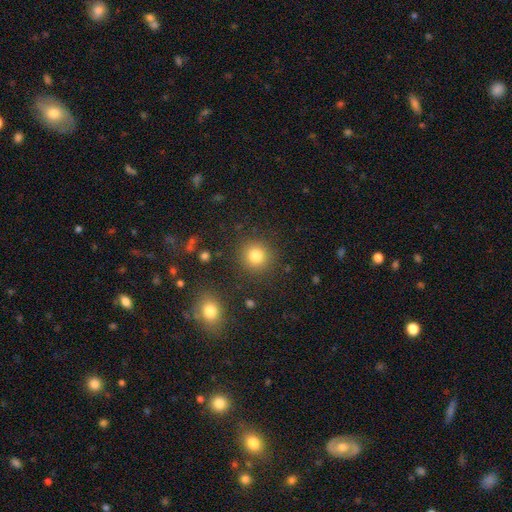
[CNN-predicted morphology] smooth_or_featured: smooth (p=0.81) [alt: star or artifact p=0.12]
how_rounded: round (p=0.92) [alt: in between p=0.07]
merging: none (p=0.88) [alt: minor disturbance p=0.07]